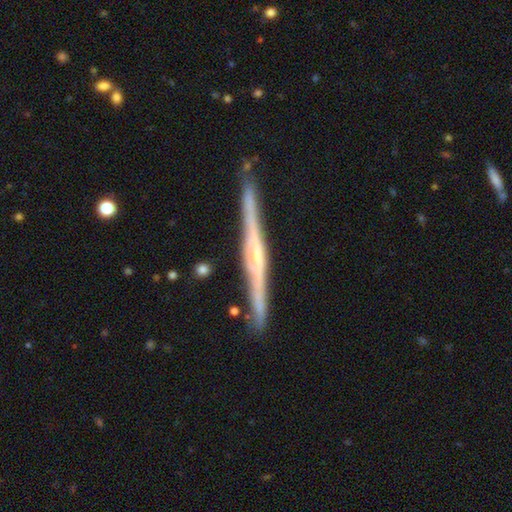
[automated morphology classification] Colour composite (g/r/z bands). It shows a featured or disk galaxy (82%) viewed edge-on (98%) with a rounded central bulge (50%). Merging: none (87%).